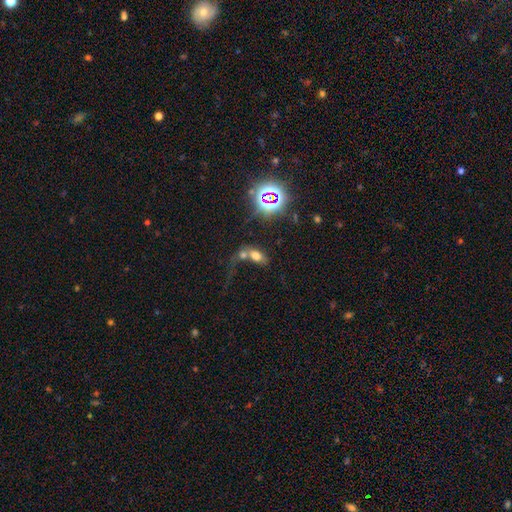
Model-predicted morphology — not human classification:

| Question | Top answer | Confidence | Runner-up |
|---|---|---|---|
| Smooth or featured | smooth | 58% | star or artifact (23%) |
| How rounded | in between | 83% | round (13%) |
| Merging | merger | 58% | none (22%) |